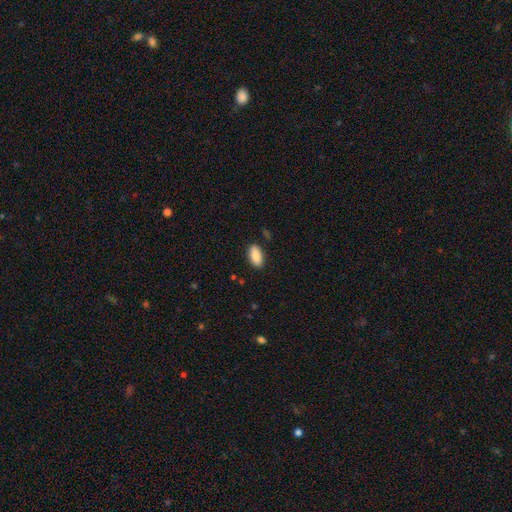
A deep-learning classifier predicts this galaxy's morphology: This is clearly a smooth galaxy (89%). How rounded: clearly in between (92%). Merging: clearly none (88%).